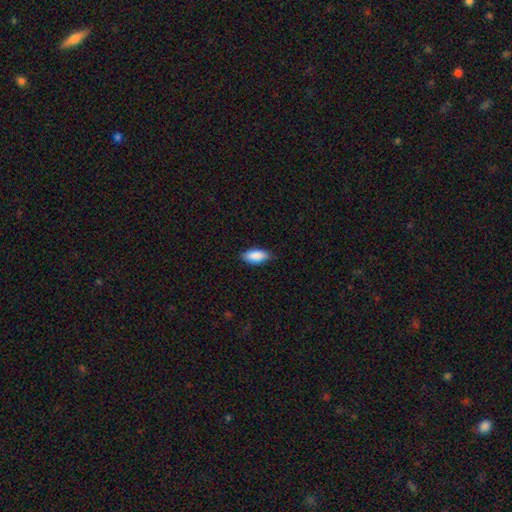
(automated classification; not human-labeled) smooth 88%, star or artifact 6%, featured or disk 6%. Down the decision tree: how rounded — in between (88%); merging — none (82%).